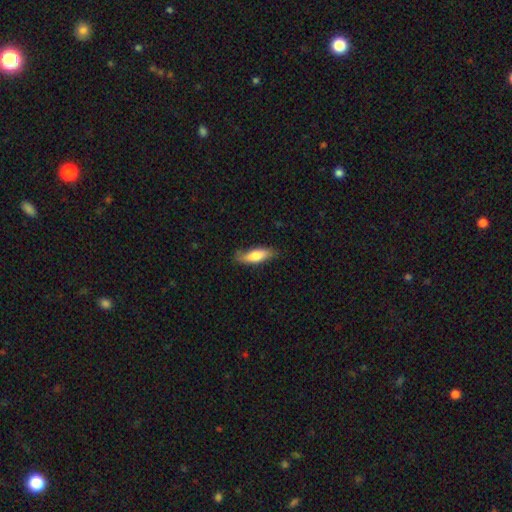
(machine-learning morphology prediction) A smooth galaxy with no disk features (74%) that is in between round and cigar-shaped (54%).

Vote fractions:
- Smooth or featured? smooth: 74% / featured or disk: 21% / star or artifact: 6%
- How rounded? in between: 54% / cigar-shaped: 44% / round: 2%
- Merging? none: 73% / minor disturbance: 22% / major disturbance: 4% / merger: 1%